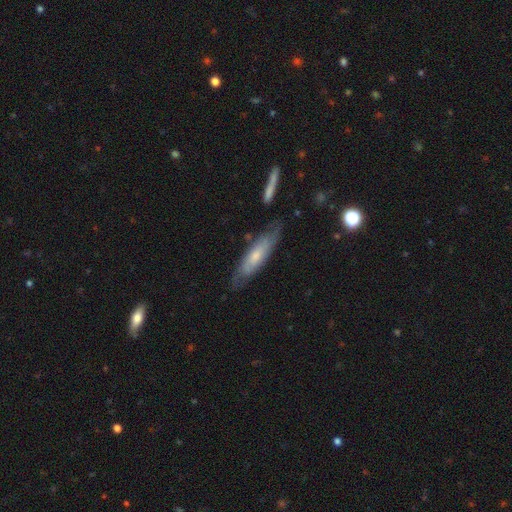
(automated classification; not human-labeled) Overall: featured or disk (53%; smooth 41%). Edge-on disk: no (60%; yes 40%). Merging: none (71%).